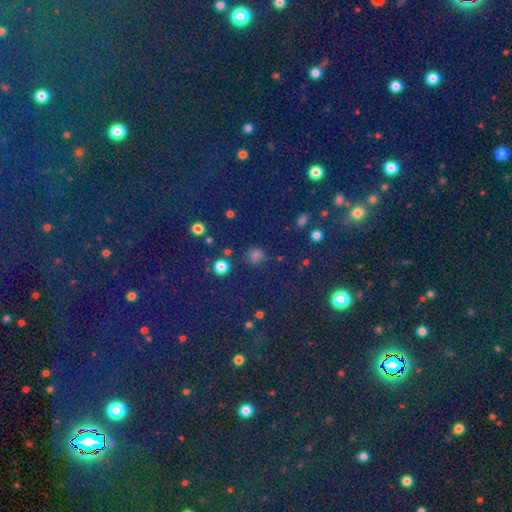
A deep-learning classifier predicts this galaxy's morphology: smooth 59%, star or artifact 35%, featured or disk 6%. Down the decision tree: how rounded — round (86%); merging — none (85%).